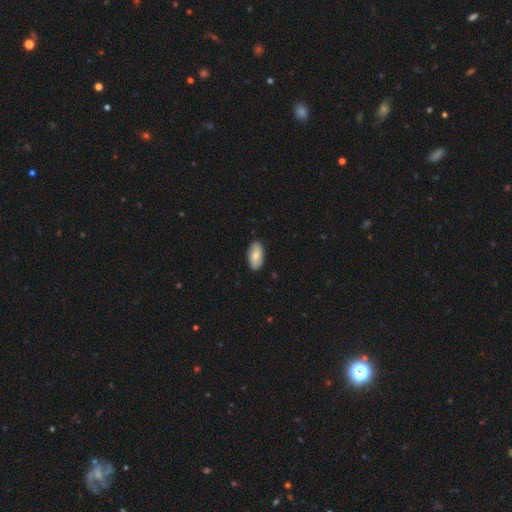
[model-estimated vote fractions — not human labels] This appears to be a smooth galaxy with no disk features (73%) that is in between round and cigar-shaped (94%). Merging: none (87%).